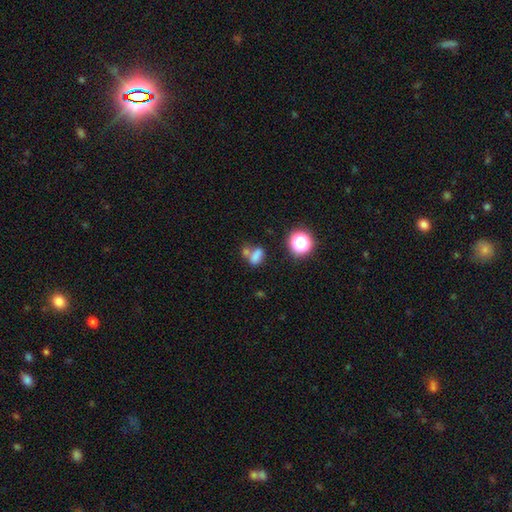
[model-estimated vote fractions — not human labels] A smooth galaxy with no disk features (72%) that is in between round and cigar-shaped (70%).

Vote fractions:
- Smooth or featured? smooth: 72% / star or artifact: 17% / featured or disk: 11%
- How rounded? in between: 70% / round: 25% / cigar-shaped: 4%
- Merging? none: 40% (tied) / merger: 40% (tied) / minor disturbance: 13% / major disturbance: 7%